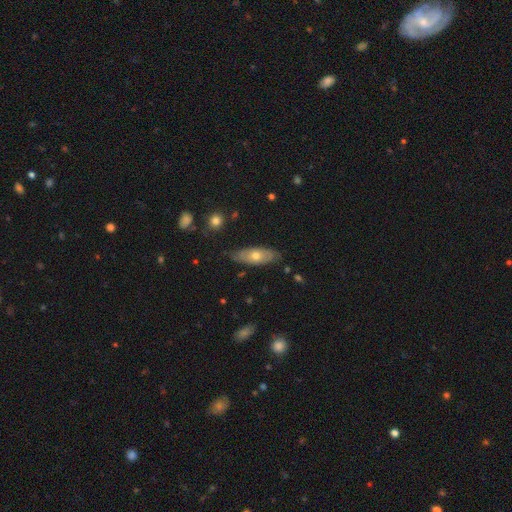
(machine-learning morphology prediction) smooth_or_featured: smooth (p=0.48) [alt: featured or disk p=0.46]
merging: none (p=0.74) [alt: minor disturbance p=0.21]